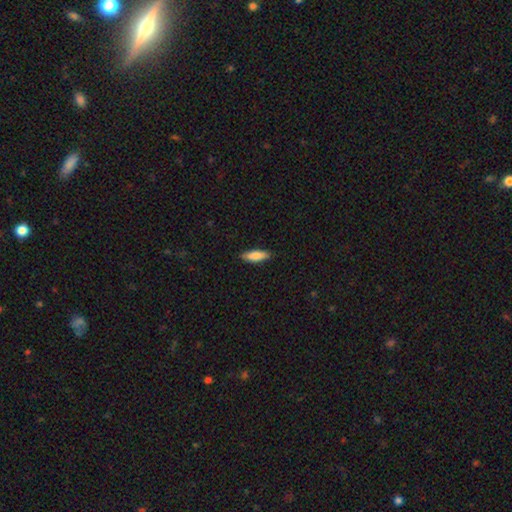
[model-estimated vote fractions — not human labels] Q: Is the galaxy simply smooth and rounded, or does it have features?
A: smooth — 82%.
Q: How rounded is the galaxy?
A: cigar-shaped — 51%.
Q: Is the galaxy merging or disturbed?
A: none — 88%.